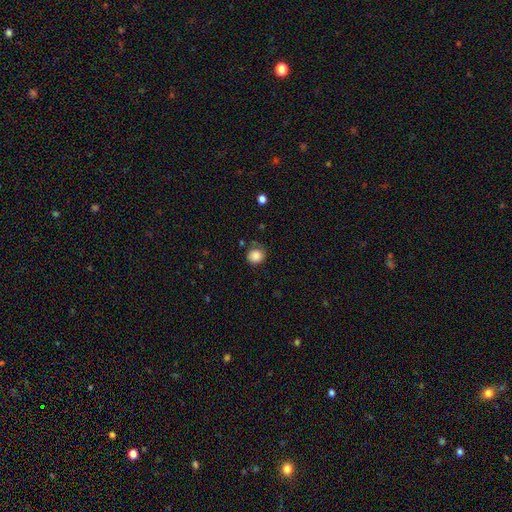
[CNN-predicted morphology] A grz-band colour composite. It shows a smooth galaxy with no disk features (84%) that is round (79%). Merging: none (65%).